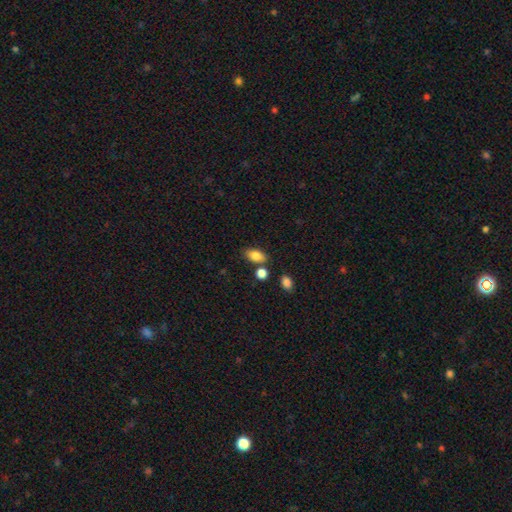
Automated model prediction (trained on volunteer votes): This is clearly a smooth galaxy (84%). How rounded: clearly in between (88%). Merging: likely none (71%).